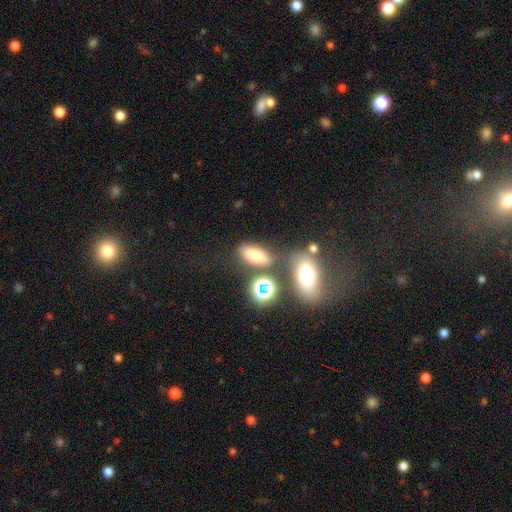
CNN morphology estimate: smooth_or_featured: smooth (p=0.72) [alt: star or artifact p=0.17]
how_rounded: in between (p=0.77) [alt: round p=0.12]
merging: none (p=0.68) [alt: minor disturbance p=0.13]